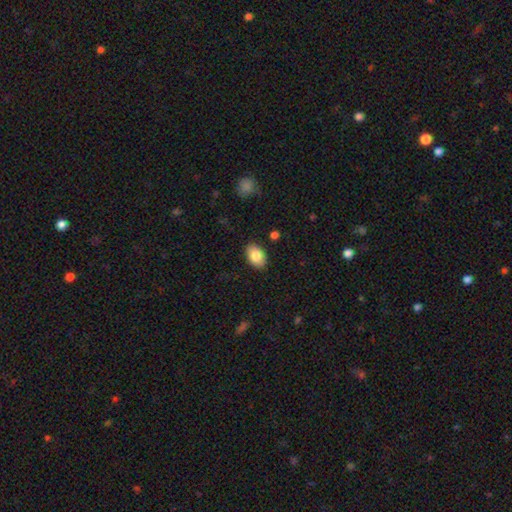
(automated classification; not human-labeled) This appears to be a smooth galaxy with no disk features (84%) that is in between round and cigar-shaped (88%). Merging: none (87%).